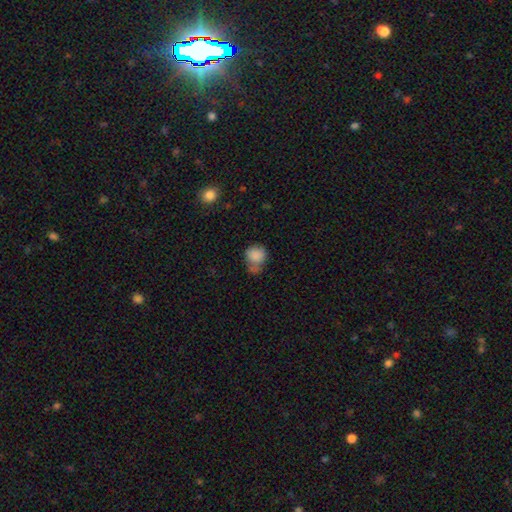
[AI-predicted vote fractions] Q: Smooth or featured?
A: smooth (84%); runner-up: star or artifact (9%)
Q: How rounded?
A: round (72%); runner-up: in between (27%)
Q: Merging?
A: none (38%); runner-up: merger (26%)